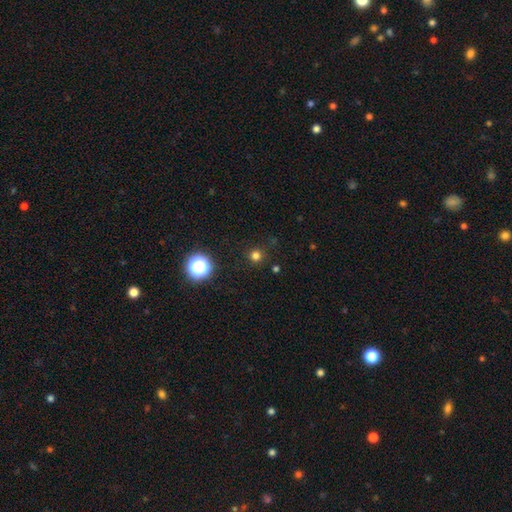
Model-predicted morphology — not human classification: Smooth or featured? Predicted: smooth (p=0.75). How rounded? Predicted: round (p=0.95). Merging? Predicted: none (p=0.90).